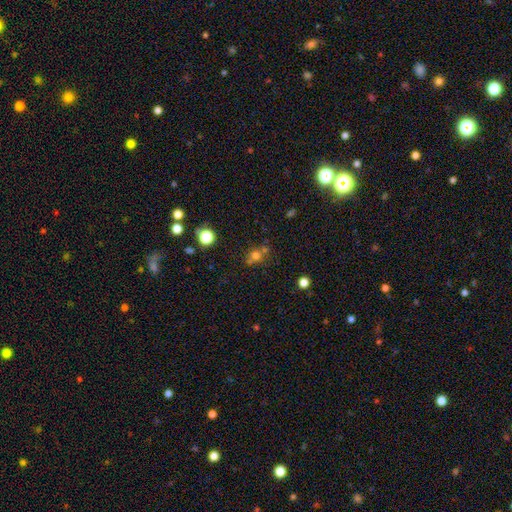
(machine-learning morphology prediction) Smooth or featured? Predicted: smooth (p=0.66). How rounded? Predicted: round (p=0.79). Merging? Predicted: none (p=0.55).